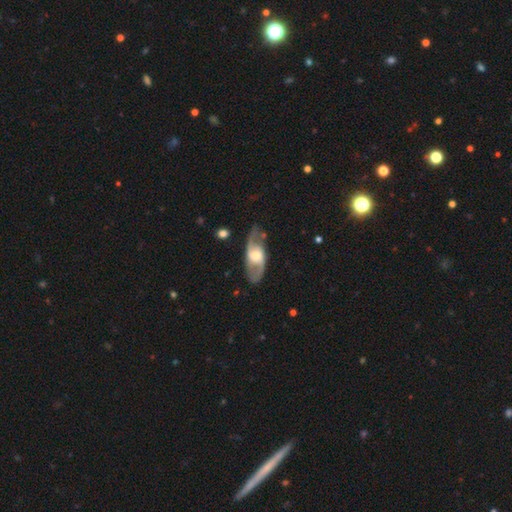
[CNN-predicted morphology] The model was most divided on "bar": no: 46%, weak: 39%, strong: 16%. Remaining: edge-on disk — no (88%); spiral arm count — 2 (86%); spiral arms — yes (84%); smooth or featured — featured or disk (77%); merging — none (75%); bulge size — moderate (55%); spiral winding — medium (47%).